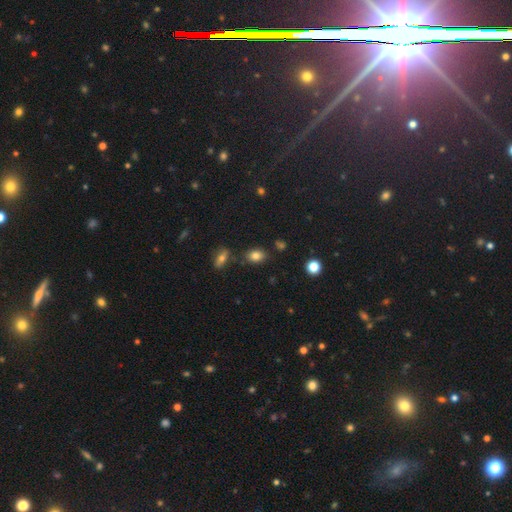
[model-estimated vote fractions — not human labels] A smooth galaxy with no disk features (81%) that is in between round and cigar-shaped (73%). Merging: none (78%).